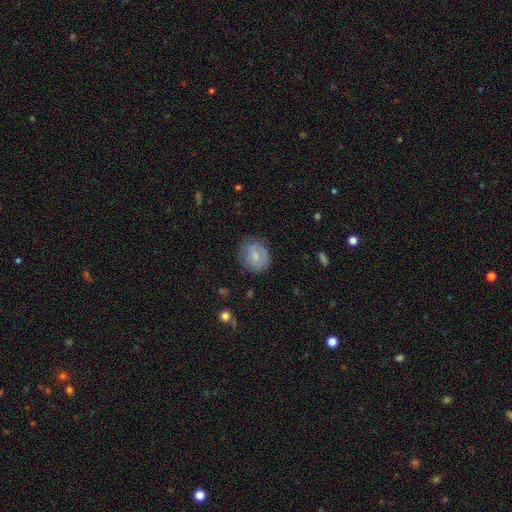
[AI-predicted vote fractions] smooth_or_featured: smooth (p=0.72) [alt: featured or disk p=0.21]
how_rounded: round (p=0.67) [alt: in between p=0.32]
merging: none (p=0.75) [alt: minor disturbance p=0.18]